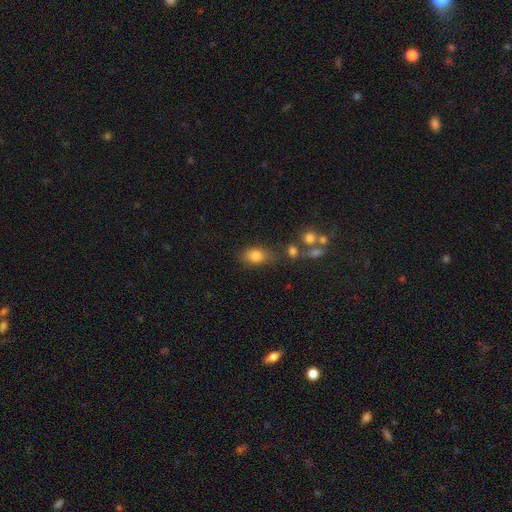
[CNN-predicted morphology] This is clearly a smooth galaxy (81%). How rounded: likely in between (78%). Merging: likely none (67%).